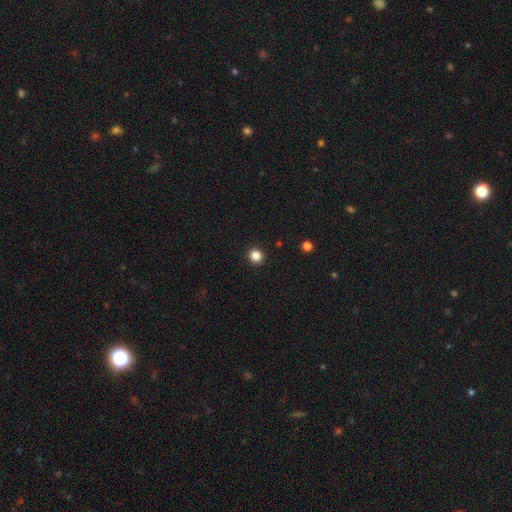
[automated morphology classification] Smooth or featured: smooth — 85% (star or artifact — 12%)
How rounded: round — 84% (in between — 15%)
Merging: none — 92% (minor disturbance — 5%)